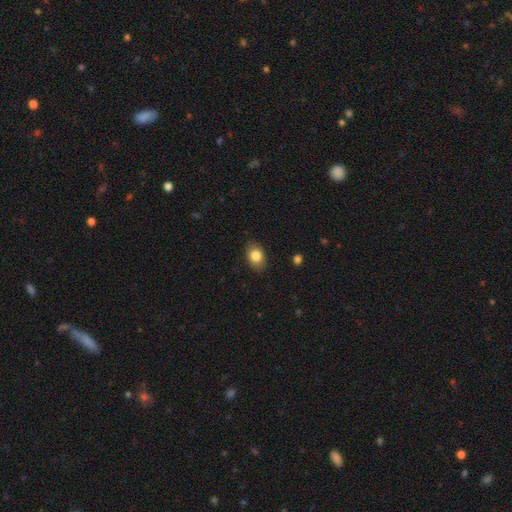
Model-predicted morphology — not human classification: type=smooth (84%); roundness=in between (77%); merging=none (85%).